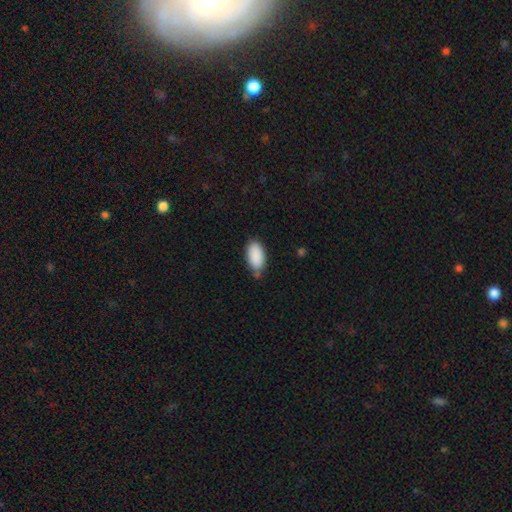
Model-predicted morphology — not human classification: smooth-or-featured: smooth: 90% | star or artifact: 7% | featured or disk: 4%
  how-rounded: in between: 94% | cigar-shaped: 4% | round: 2%
  merging: none: 65% | minor disturbance: 26% | major disturbance: 4% | merger: 4%